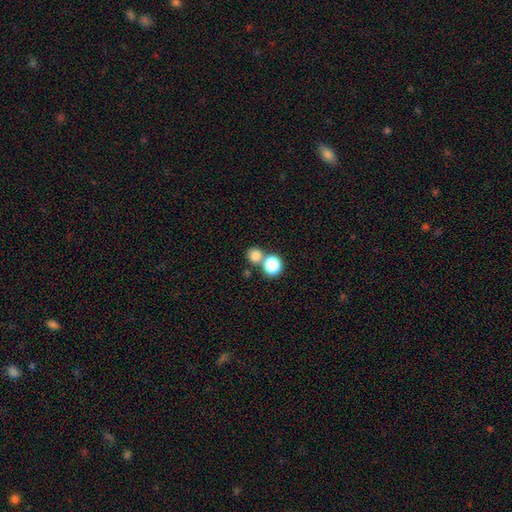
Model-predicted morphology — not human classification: smooth 79%, star or artifact 14%, featured or disk 7%. Down the decision tree: how rounded — round (88%); merging — none (58%).